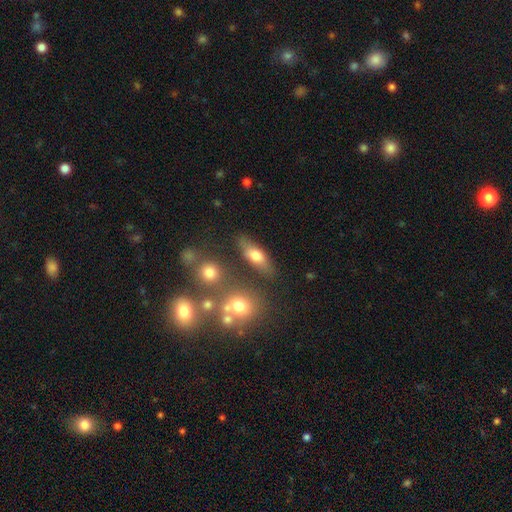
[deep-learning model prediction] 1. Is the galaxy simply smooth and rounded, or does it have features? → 64% smooth, 26% featured or disk, 10% star or artifact.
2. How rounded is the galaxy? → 62% in between, 28% cigar-shaped, 10% round.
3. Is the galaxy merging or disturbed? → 71% none, 14% minor disturbance, 10% merger, 5% major disturbance.